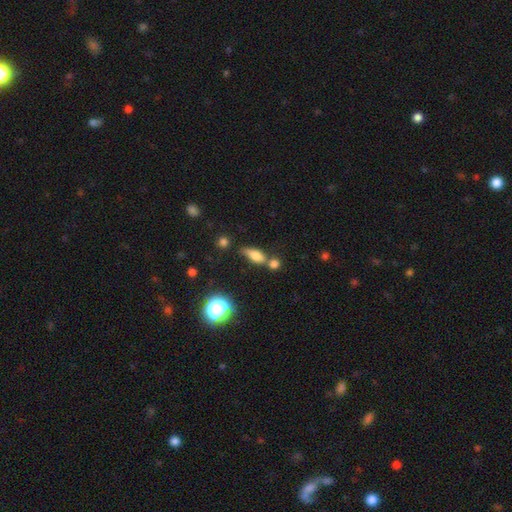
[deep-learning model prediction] Q: Smooth or featured?
A: smooth (72%); runner-up: featured or disk (15%)
Q: How rounded?
A: in between (65%); runner-up: cigar-shaped (27%)
Q: Merging?
A: none (47%); runner-up: merger (29%)